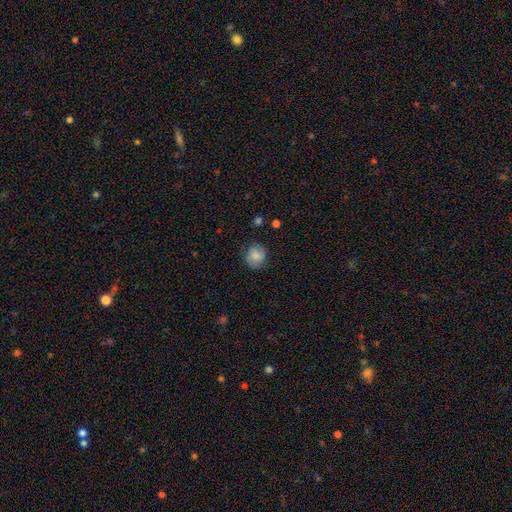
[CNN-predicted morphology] A smooth galaxy with no disk features (76%) that is round (79%). Merging: none (79%).